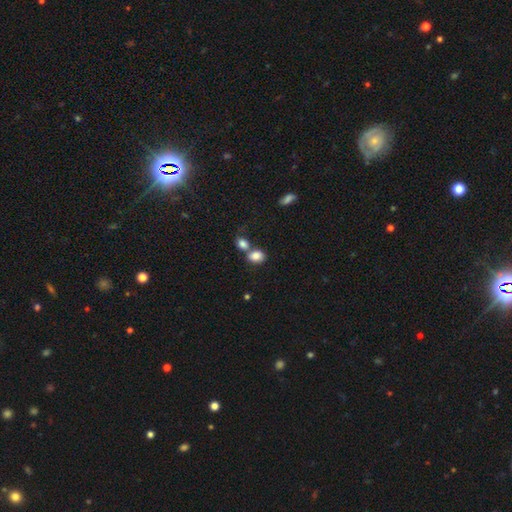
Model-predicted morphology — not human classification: This is clearly a smooth galaxy (84%). How rounded: likely in between (62%). Merging: possibly merger (48%).